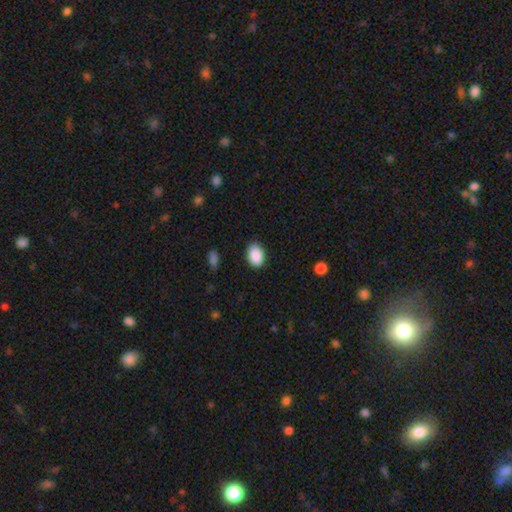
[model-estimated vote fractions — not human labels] A smooth galaxy with no disk features (90%) that is in between round and cigar-shaped (85%). Merging: none (86%).